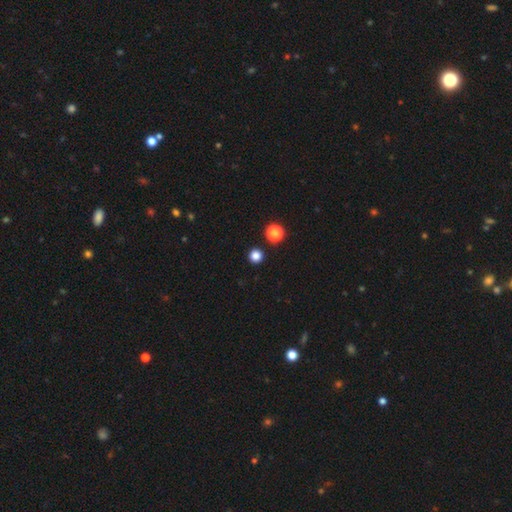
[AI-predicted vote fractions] The model was most divided on "smooth or featured": smooth: 83%, star or artifact: 14%, featured or disk: 3%. More confident: how rounded — round (96%); merging — none (92%).